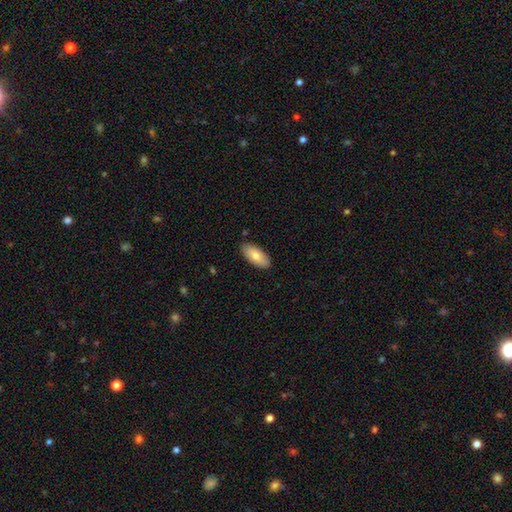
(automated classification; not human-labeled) This appears to be a smooth galaxy with no disk features (78%) that is in between round and cigar-shaped (90%). Merging: none (87%).